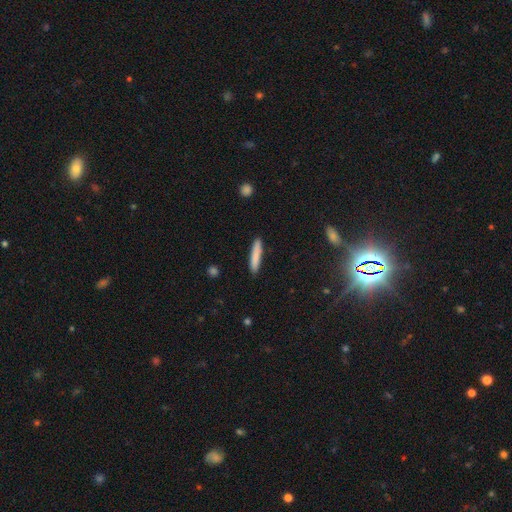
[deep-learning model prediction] Overall: smooth (83%). How rounded: cigar-shaped (90%). Merging: none (89%).